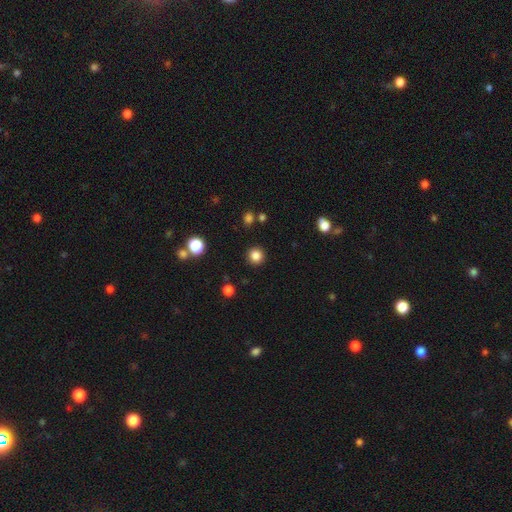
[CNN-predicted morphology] Q: Smooth or featured?
A: smooth (84%); runner-up: star or artifact (12%)
Q: How rounded?
A: round (94%); runner-up: in between (5%)
Q: Merging?
A: none (91%); runner-up: minor disturbance (5%)